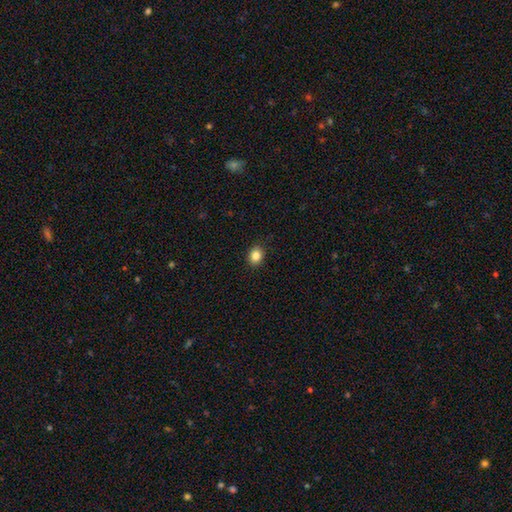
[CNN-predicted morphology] Q: Smooth or featured?
A: smooth (85%); runner-up: star or artifact (10%)
Q: How rounded?
A: round (56%); runner-up: in between (43%)
Q: Merging?
A: none (89%); runner-up: minor disturbance (8%)